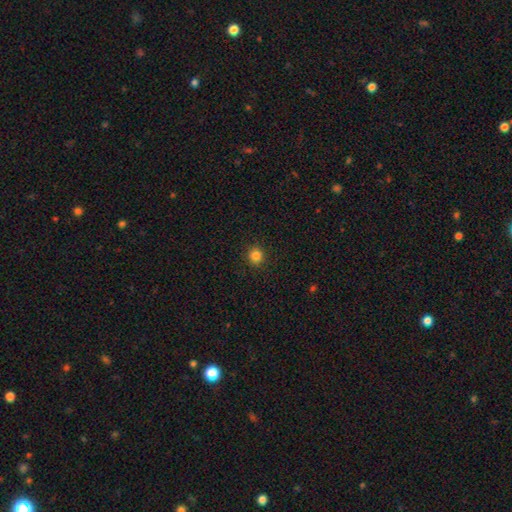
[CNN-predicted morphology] Smooth or featured?
  - smooth: 83% *
  - star or artifact: 13%
  - featured or disk: 4%
How rounded?
  - round: 92% *
  - in between: 7%
  - cigar-shaped: 1%
Merging?
  - none: 92% *
  - minor disturbance: 5%
  - major disturbance: 2%
  - merger: 1%